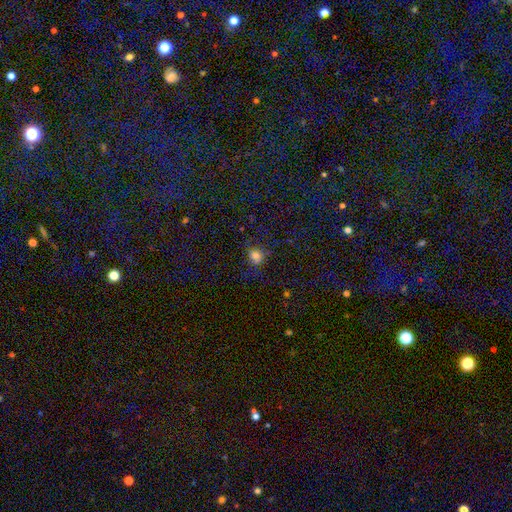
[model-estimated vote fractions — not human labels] smooth-or-featured: smooth: 76% | star or artifact: 15% | featured or disk: 9%
  how-rounded: round: 71% | in between: 28% | cigar-shaped: 1%
  merging: none: 68% | minor disturbance: 20% | major disturbance: 10% | merger: 2%